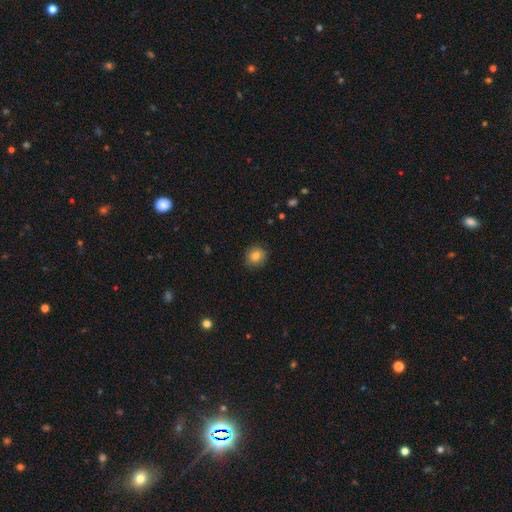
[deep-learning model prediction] A smooth galaxy with no disk features (82%) that is round (84%).

Vote fractions:
- Smooth or featured? smooth: 82% / star or artifact: 10% / featured or disk: 8%
- How rounded? round: 84% / in between: 15% / cigar-shaped: 1%
- Merging? none: 88% / minor disturbance: 9% / major disturbance: 2% / merger: 1%